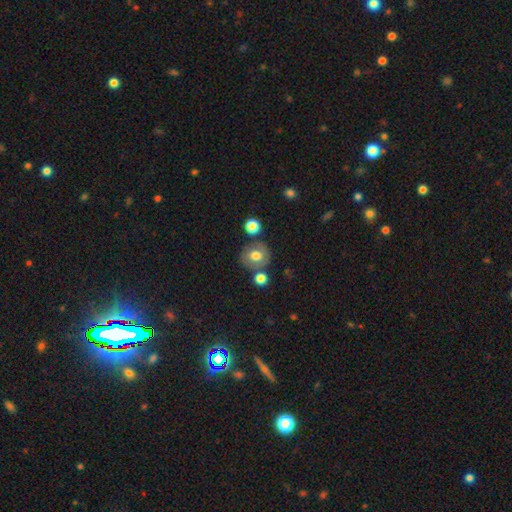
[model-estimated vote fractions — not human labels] Q: Smooth or featured?
A: smooth (67%); runner-up: featured or disk (23%)
Q: How rounded?
A: round (76%); runner-up: in between (23%)
Q: Merging?
A: none (70%); runner-up: minor disturbance (13%)